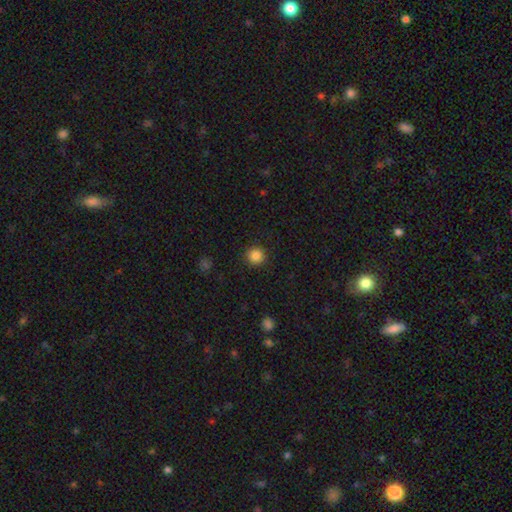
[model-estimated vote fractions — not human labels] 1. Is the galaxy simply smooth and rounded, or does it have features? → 86% smooth, 11% star or artifact, 4% featured or disk.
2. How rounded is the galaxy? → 95% round, 4% in between, 1% cigar-shaped.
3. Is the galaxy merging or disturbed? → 92% none, 5% minor disturbance, 2% major disturbance, 1% merger.